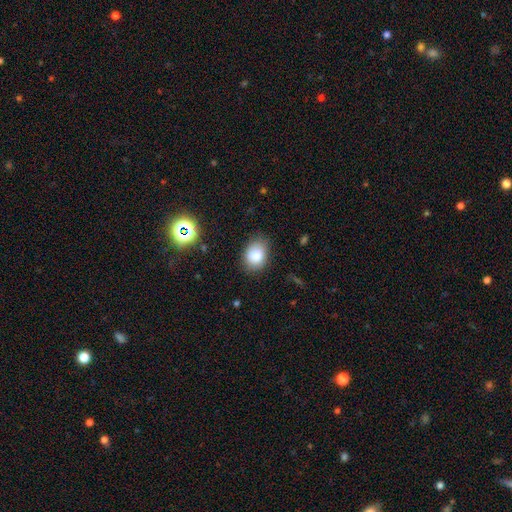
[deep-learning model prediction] smooth_or_featured: smooth (p=0.82) [alt: star or artifact p=0.10]
how_rounded: in between (p=0.66) [alt: round p=0.33]
merging: none (p=0.76) [alt: minor disturbance p=0.18]